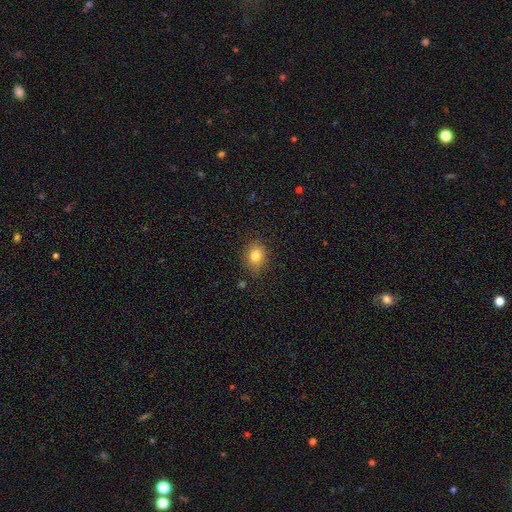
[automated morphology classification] This is clearly a smooth galaxy (82%). How rounded: possibly round (57%). Merging: clearly none (82%).